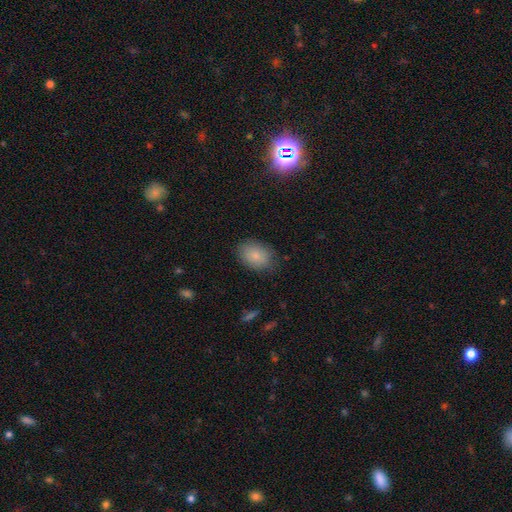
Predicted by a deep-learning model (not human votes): A smooth galaxy with no disk features (84%) that is in between round and cigar-shaped (81%).

Vote fractions:
- Smooth or featured? smooth: 84% / featured or disk: 8% / star or artifact: 8%
- How rounded? in between: 81% / round: 18% / cigar-shaped: 1%
- Merging? none: 81% / minor disturbance: 14% / major disturbance: 4% / merger: 1%